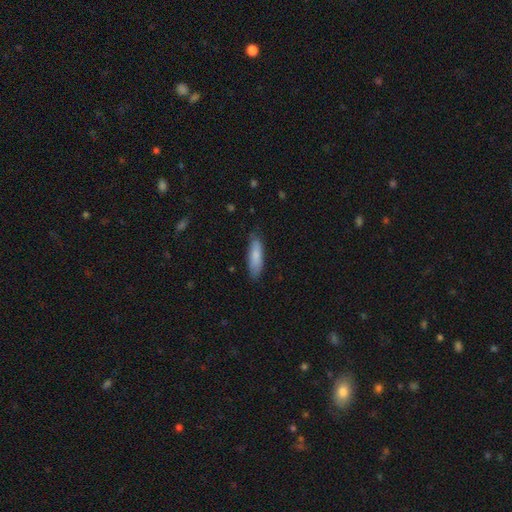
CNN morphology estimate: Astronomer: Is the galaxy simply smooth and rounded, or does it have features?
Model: smooth — 83%.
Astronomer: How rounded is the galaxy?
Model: cigar-shaped — 57% (runner-up: in between, 41%).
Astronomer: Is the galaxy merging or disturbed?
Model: none — 78%.